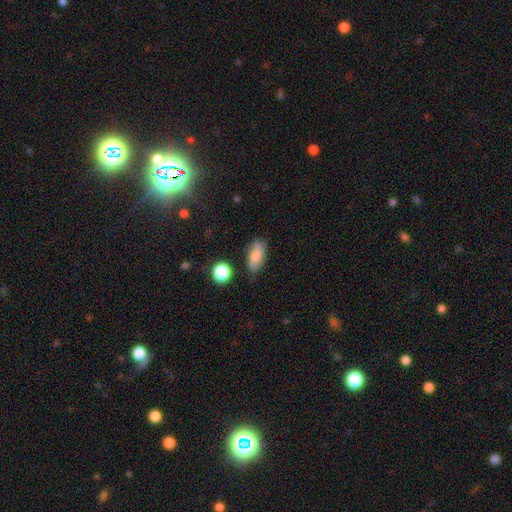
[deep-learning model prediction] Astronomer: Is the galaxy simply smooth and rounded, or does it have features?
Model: smooth — 74%.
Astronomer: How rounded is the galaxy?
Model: in between — 89%.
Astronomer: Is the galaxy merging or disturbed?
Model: none — 78%.